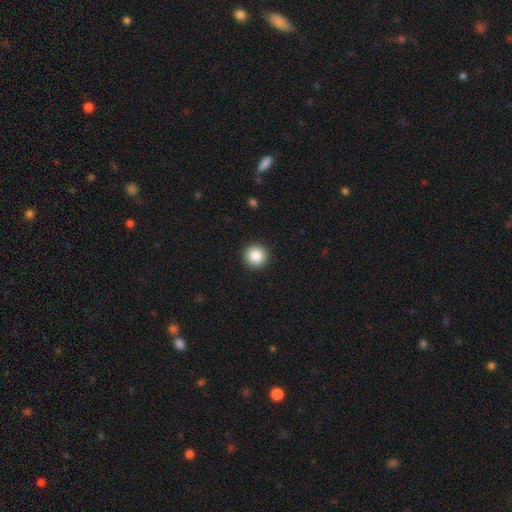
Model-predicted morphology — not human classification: Smooth or featured?
  - smooth: 86% *
  - star or artifact: 9%
  - featured or disk: 5%
How rounded?
  - round: 96% *
  - in between: 3%
  - cigar-shaped: 1%
Merging?
  - none: 93% *
  - minor disturbance: 5%
  - major disturbance: 2%
  - merger: 1%